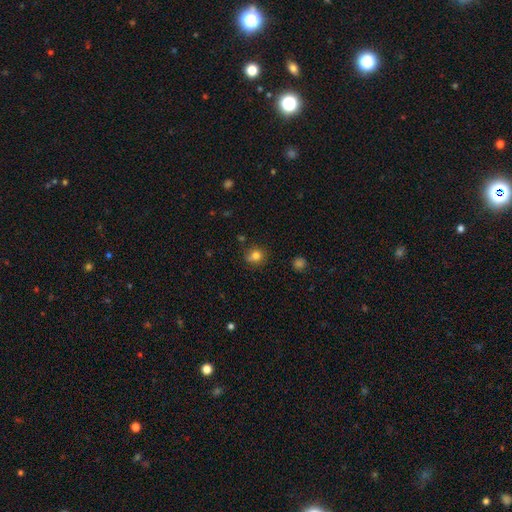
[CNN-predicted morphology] type=smooth (79%); roundness=round (79%); merging=none (74%).